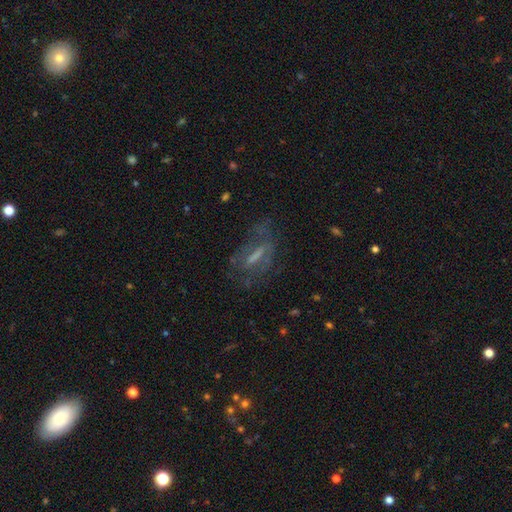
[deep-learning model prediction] A featured or disk galaxy (54%). Merging: none (58%).